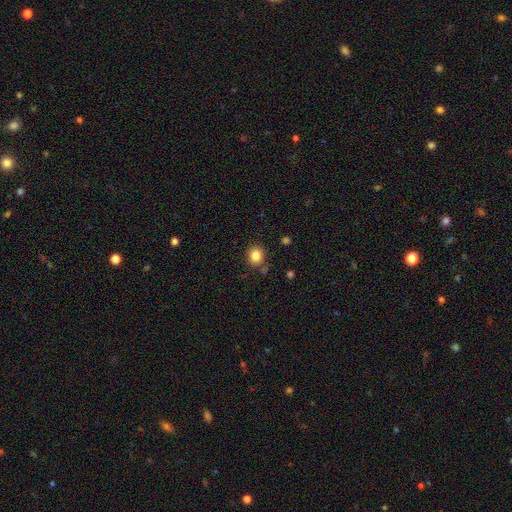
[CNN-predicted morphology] type=smooth (84%); roundness=round (70%); merging=none (81%).